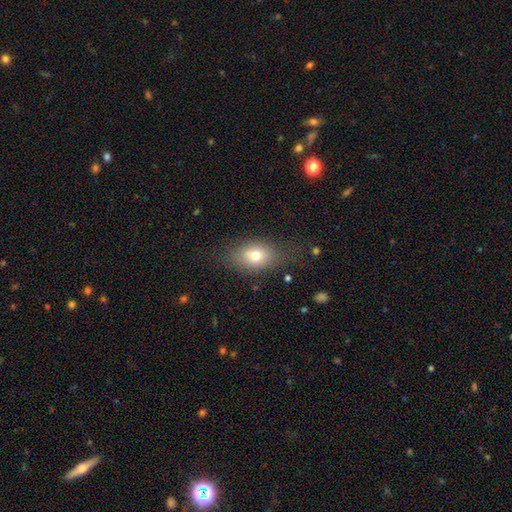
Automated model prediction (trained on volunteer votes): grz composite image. It shows a smooth galaxy with no disk features (73%) that is in between round and cigar-shaped (75%). Merging: none (71%).